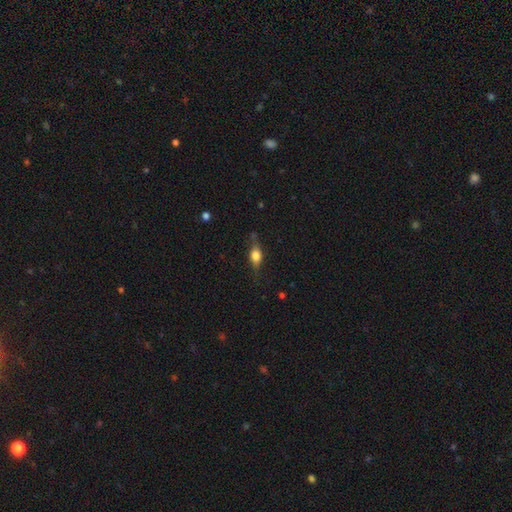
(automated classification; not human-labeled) Q: Smooth or featured?
A: smooth (66%); runner-up: featured or disk (26%)
Q: How rounded?
A: in between (72%); runner-up: cigar-shaped (14%)
Q: Merging?
A: none (68%); runner-up: minor disturbance (23%)